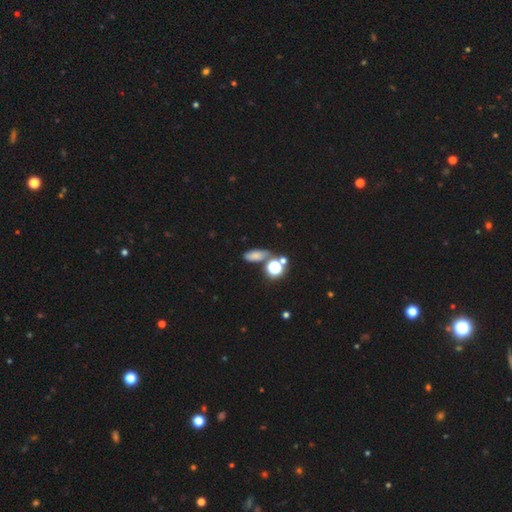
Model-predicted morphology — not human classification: smooth-or-featured: smooth: 67% | star or artifact: 23% | featured or disk: 10%
  how-rounded: in between: 68% | round: 17% | cigar-shaped: 14%
  merging: none: 66% | minor disturbance: 14% | merger: 14% | major disturbance: 5%